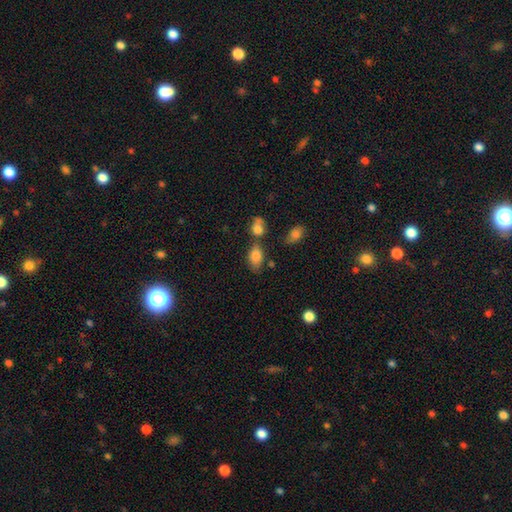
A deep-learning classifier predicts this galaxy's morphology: Overall: smooth (83%). How rounded: in between (88%). Merging: none (55%; minor disturbance 20%).